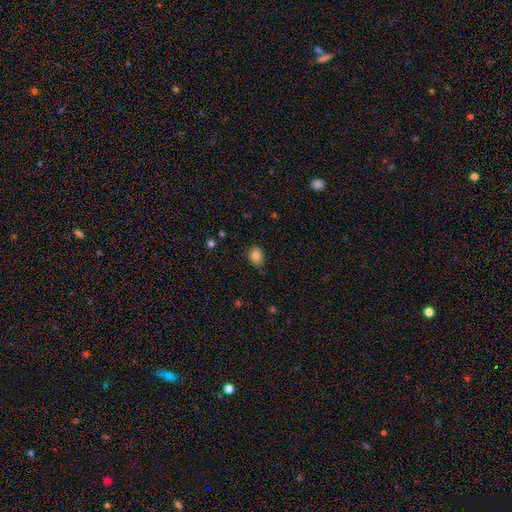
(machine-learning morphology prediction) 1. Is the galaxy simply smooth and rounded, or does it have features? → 83% smooth, 10% star or artifact, 7% featured or disk.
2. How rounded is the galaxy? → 57% in between, 42% round, 1% cigar-shaped.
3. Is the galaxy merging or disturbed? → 74% none, 21% minor disturbance, 3% major disturbance, 1% merger.